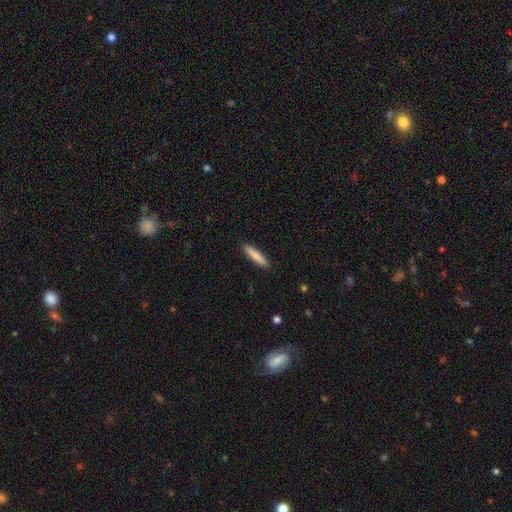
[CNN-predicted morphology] Smooth or featured? smooth (82%)
How rounded? cigar-shaped (86%)
Merging? none (91%)